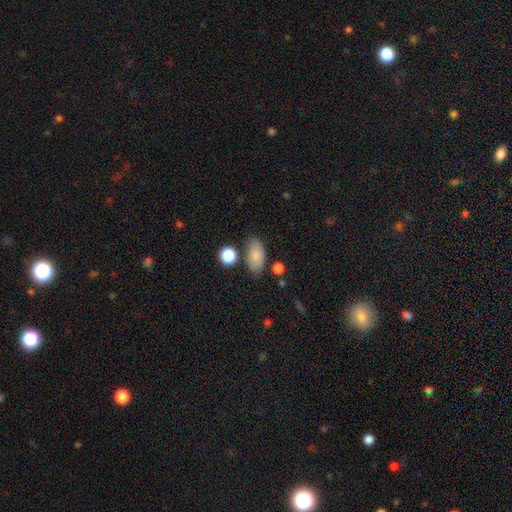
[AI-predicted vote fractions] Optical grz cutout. It shows a smooth galaxy with no disk features (84%) that is in between round and cigar-shaped (91%). Merging: none (75%).